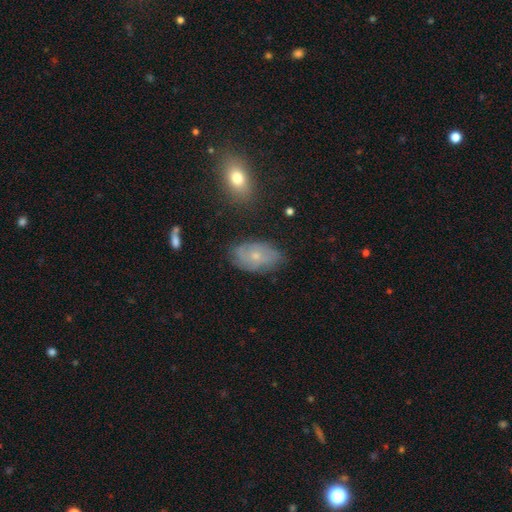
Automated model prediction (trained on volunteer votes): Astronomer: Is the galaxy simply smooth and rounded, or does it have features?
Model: featured or disk — 53% (runner-up: smooth, 38%).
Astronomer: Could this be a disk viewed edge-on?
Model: no — 94%.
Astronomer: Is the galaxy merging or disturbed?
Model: none — 72%.